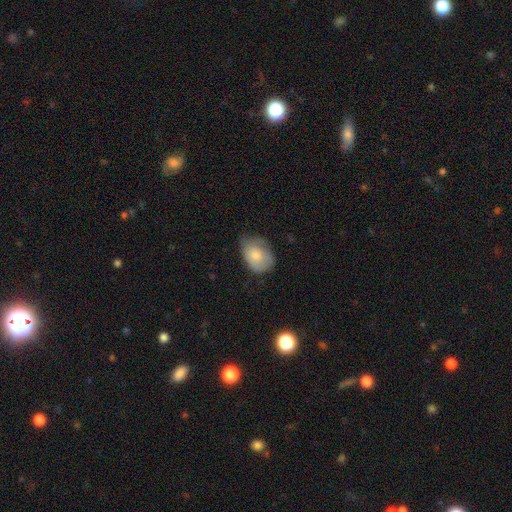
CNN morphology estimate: This is likely a smooth galaxy (75%). How rounded: likely in between (73%). Merging: marginally none (45%).